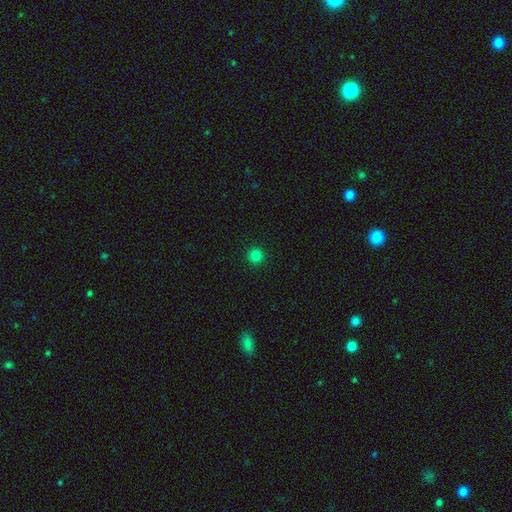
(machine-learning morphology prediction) A smooth galaxy with no disk features (83%) that is round (96%).

Vote fractions:
- Smooth or featured? smooth: 83% / star or artifact: 14% / featured or disk: 4%
- How rounded? round: 96% / in between: 3% / cigar-shaped: 1%
- Merging? none: 93% / minor disturbance: 4% / major disturbance: 2% / merger: 1%